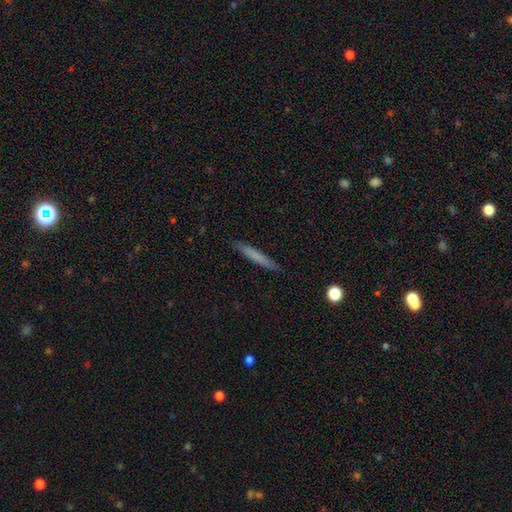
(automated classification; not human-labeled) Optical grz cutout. It shows a smooth galaxy with no disk features (72%) that is cigar-shaped (96%). Merging: none (90%).